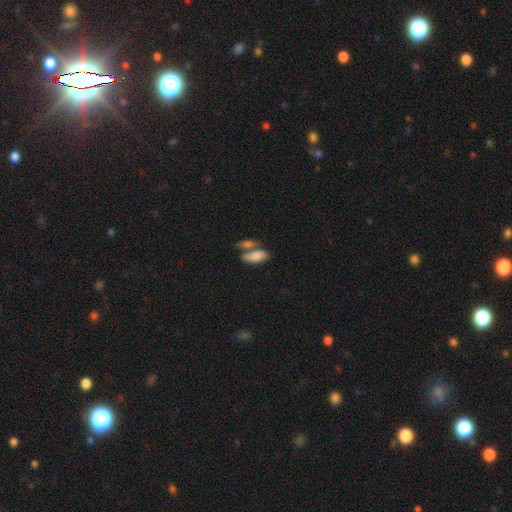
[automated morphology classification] This is clearly a smooth galaxy (82%). How rounded: clearly in between (88%). Merging: possibly merger (46%).